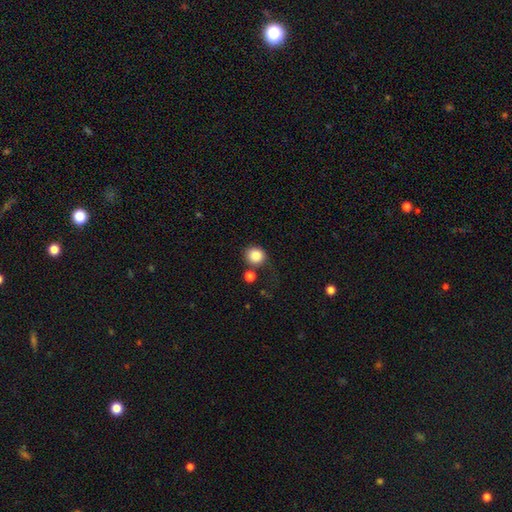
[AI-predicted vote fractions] Overall: smooth (86%). How rounded: round (85%). Merging: none (66%).